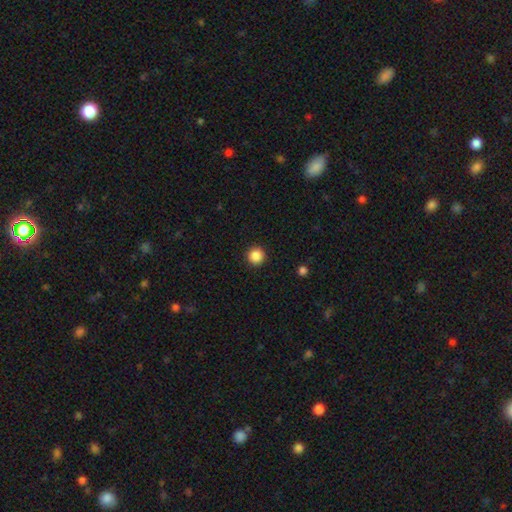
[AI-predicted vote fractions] smooth-or-featured: smooth: 87% | star or artifact: 10% | featured or disk: 3%
  how-rounded: round: 96% | in between: 3% | cigar-shaped: 1%
  merging: none: 93% | minor disturbance: 4% | major disturbance: 2% | merger: 1%